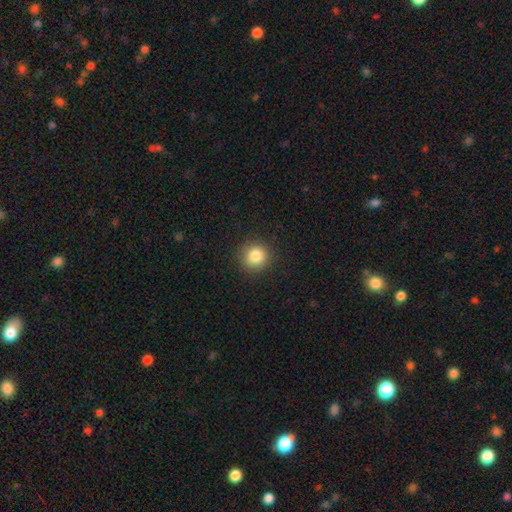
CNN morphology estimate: smooth_or_featured: smooth (p=0.83) [alt: star or artifact p=0.11]
how_rounded: round (p=0.92) [alt: in between p=0.07]
merging: none (p=0.90) [alt: minor disturbance p=0.07]